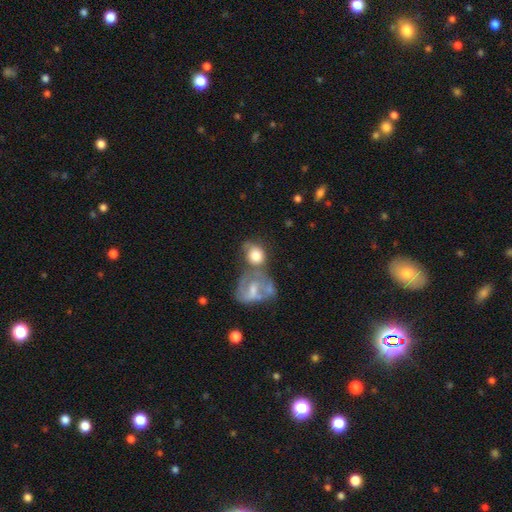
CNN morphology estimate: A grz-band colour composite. It shows a smooth galaxy with no disk features (64%) that is round (58%). Merging: merger (47%).